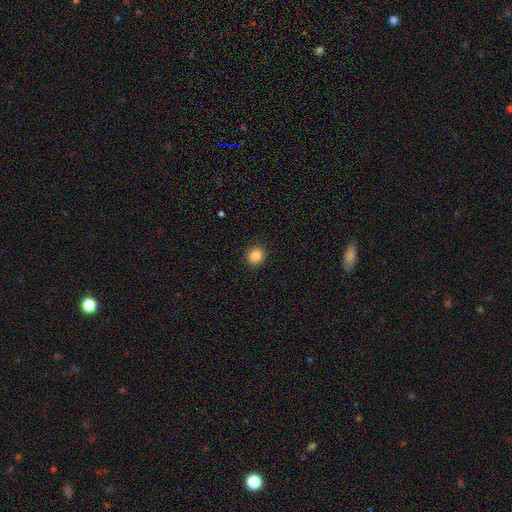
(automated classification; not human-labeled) This is clearly a smooth galaxy (85%). How rounded: clearly round (86%). Merging: clearly none (92%).